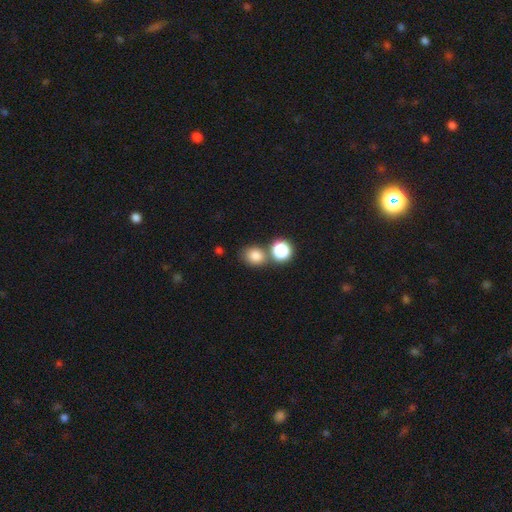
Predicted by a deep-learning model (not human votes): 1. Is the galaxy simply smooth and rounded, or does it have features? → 80% smooth, 14% star or artifact, 6% featured or disk.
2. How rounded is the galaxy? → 61% round, 37% in between, 1% cigar-shaped.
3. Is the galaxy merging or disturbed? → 65% none, 21% merger, 11% minor disturbance, 4% major disturbance.